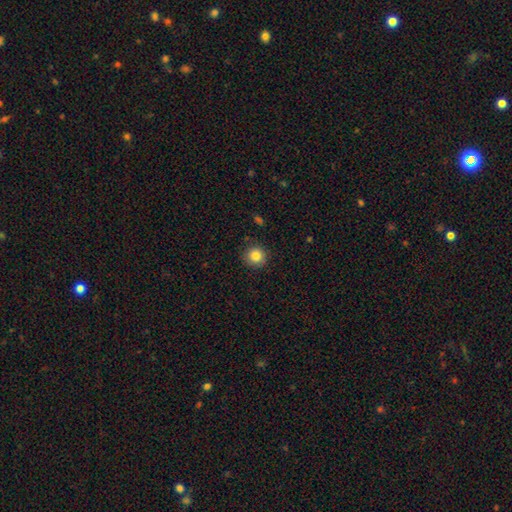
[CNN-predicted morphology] smooth_or_featured: smooth (p=0.84) [alt: star or artifact p=0.10]
how_rounded: round (p=0.94) [alt: in between p=0.06]
merging: none (p=0.90) [alt: minor disturbance p=0.07]